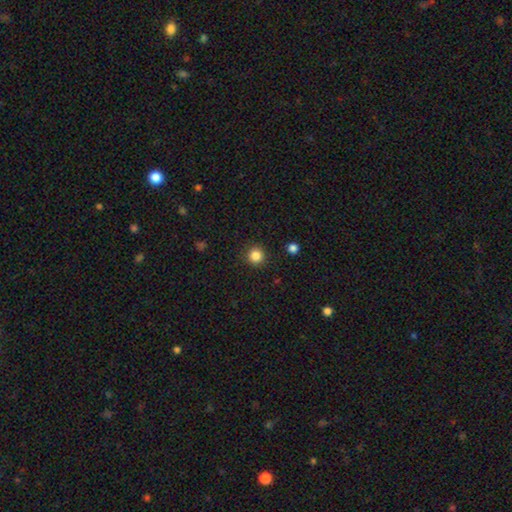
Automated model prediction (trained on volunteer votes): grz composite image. It shows a smooth galaxy with no disk features (84%) that is round (94%). Merging: none (91%).